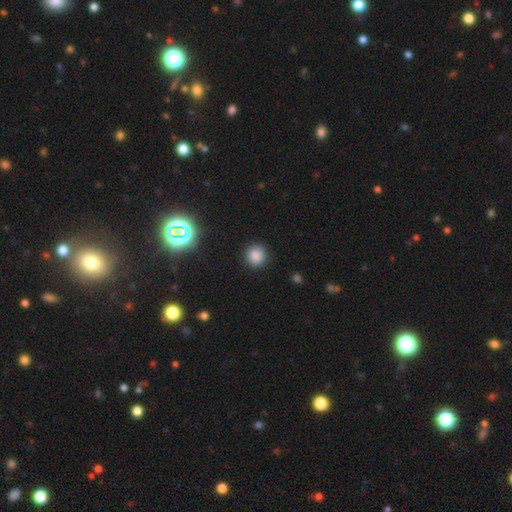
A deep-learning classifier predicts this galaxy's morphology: Smooth or featured: smooth — 83% (star or artifact — 14%)
How rounded: round — 92% (in between — 7%)
Merging: none — 90% (minor disturbance — 7%)